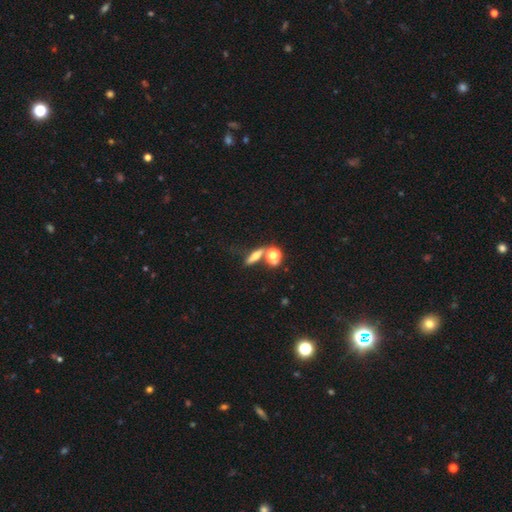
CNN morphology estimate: A smooth galaxy with no disk features (51%) that is cigar-shaped (43%). Merging: none (56%).